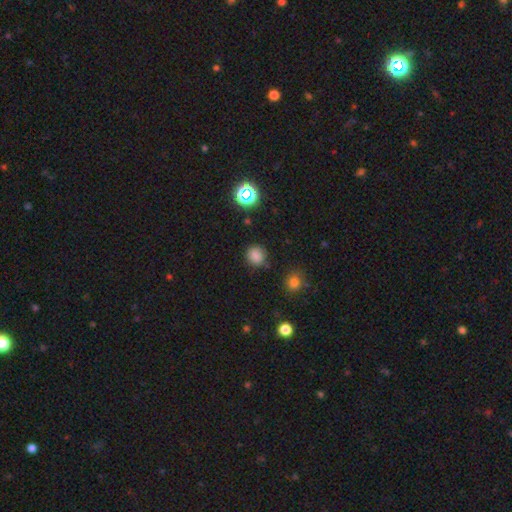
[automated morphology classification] This appears to be a smooth galaxy with no disk features (79%) that is round (86%). Merging: none (82%).